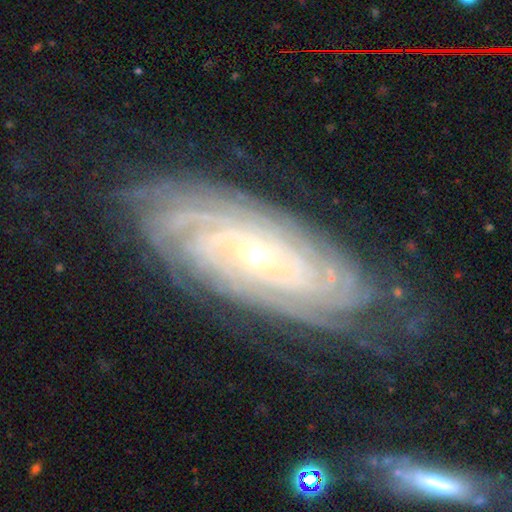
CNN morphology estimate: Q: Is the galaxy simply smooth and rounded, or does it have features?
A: featured or disk — 88%.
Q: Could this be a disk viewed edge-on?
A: no — 93%.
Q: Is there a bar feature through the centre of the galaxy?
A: no — 66%.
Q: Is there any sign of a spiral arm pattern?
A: yes — 98%.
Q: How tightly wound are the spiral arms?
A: tight — 85%.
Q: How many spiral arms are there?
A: can't tell — 29%.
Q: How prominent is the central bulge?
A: small — 69%.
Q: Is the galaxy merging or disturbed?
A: none — 77%.